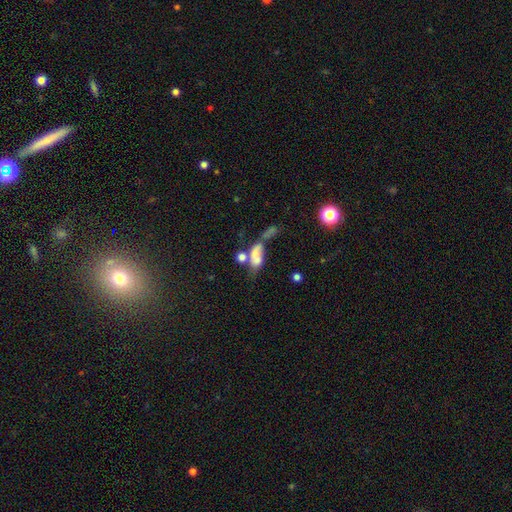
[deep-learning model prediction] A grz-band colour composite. It shows a smooth galaxy with no disk features (59%) that is in between round and cigar-shaped (79%). Merging: merger (52%).